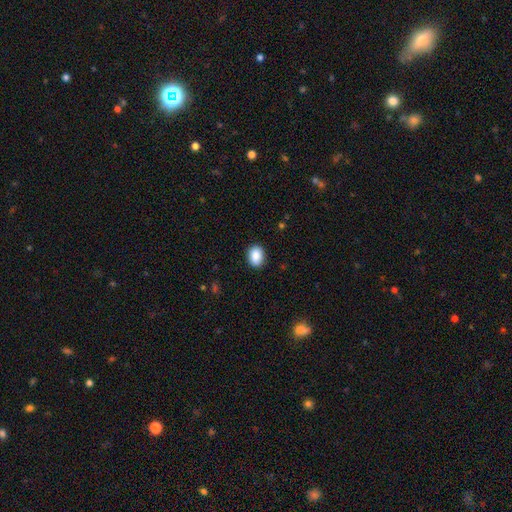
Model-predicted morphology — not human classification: Overall: smooth (89%). How rounded: in between (73%). Merging: none (89%).